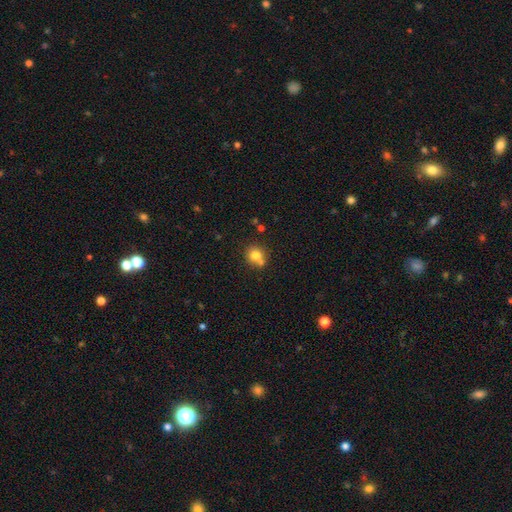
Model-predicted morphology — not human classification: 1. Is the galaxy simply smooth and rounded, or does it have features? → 76% smooth, 13% featured or disk, 12% star or artifact.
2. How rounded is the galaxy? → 84% round, 15% in between, 1% cigar-shaped.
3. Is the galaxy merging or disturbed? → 57% none, 29% merger, 11% minor disturbance, 3% major disturbance.